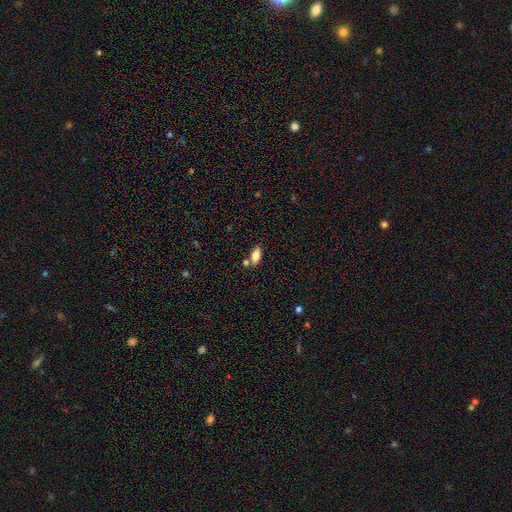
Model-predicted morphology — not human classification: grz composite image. It shows a smooth galaxy with no disk features (77%) that is in between round and cigar-shaped (85%). Merging: none (70%).